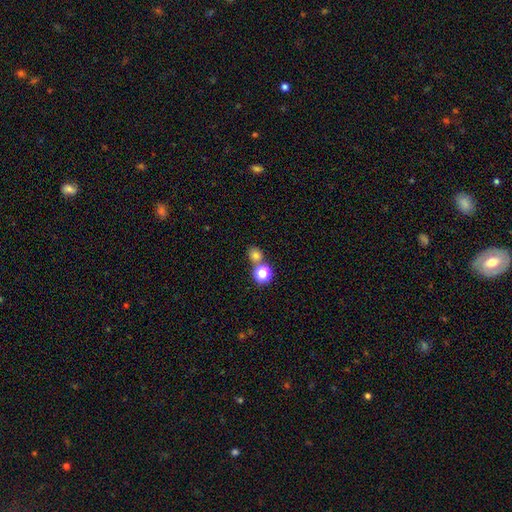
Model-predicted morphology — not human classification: type=smooth (74%); roundness=round (73%); merging=none (64%).